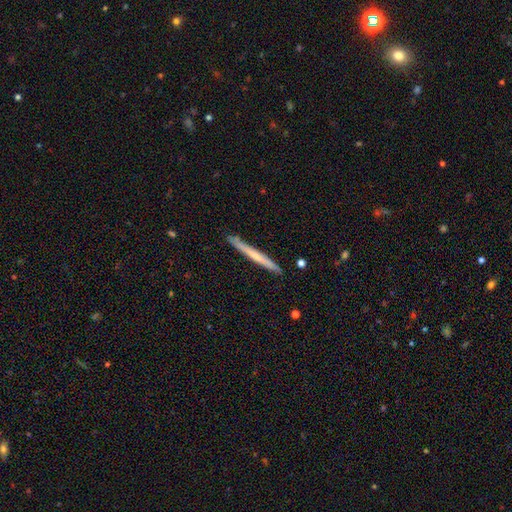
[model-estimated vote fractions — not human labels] smooth-or-featured: smooth: 50% | featured or disk: 45% | star or artifact: 5%
  merging: none: 90% | minor disturbance: 8% | major disturbance: 1% | merger: 1%